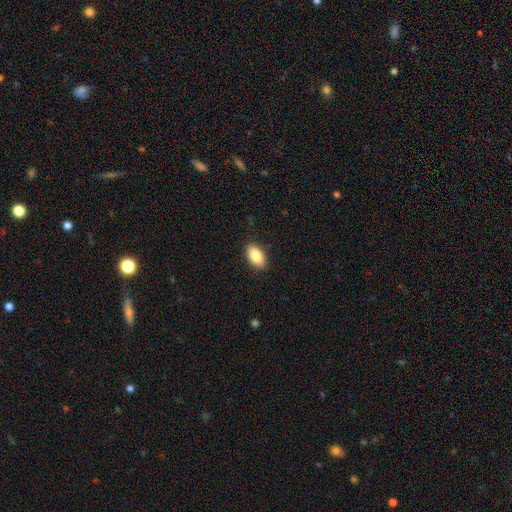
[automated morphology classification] Overall: smooth (86%). How rounded: in between (93%). Merging: none (88%).